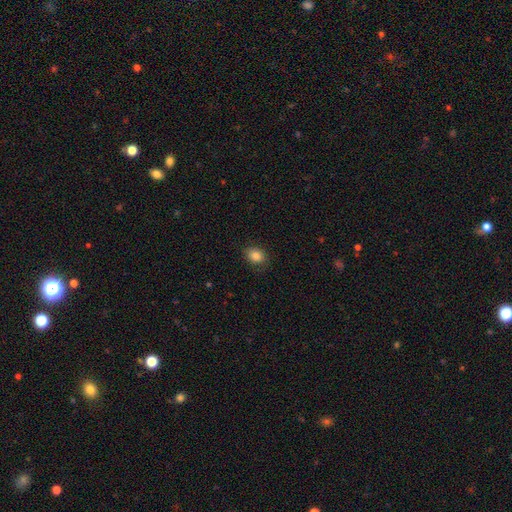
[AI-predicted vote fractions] Smooth or featured: smooth — 85% (star or artifact — 10%)
How rounded: in between — 61% (round — 38%)
Merging: none — 80% (minor disturbance — 15%)